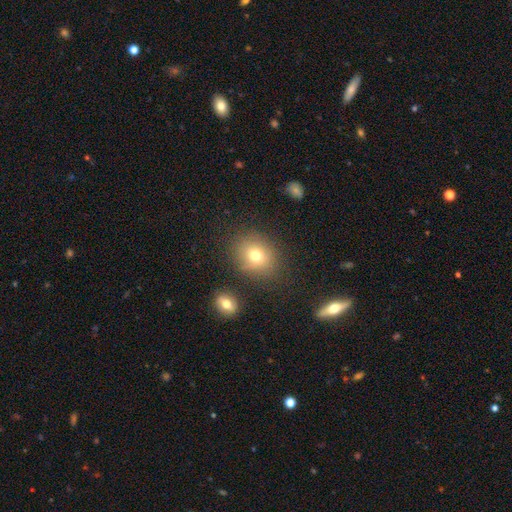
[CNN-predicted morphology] This is likely a smooth galaxy (73%). How rounded: likely round (66%). Merging: likely none (78%).